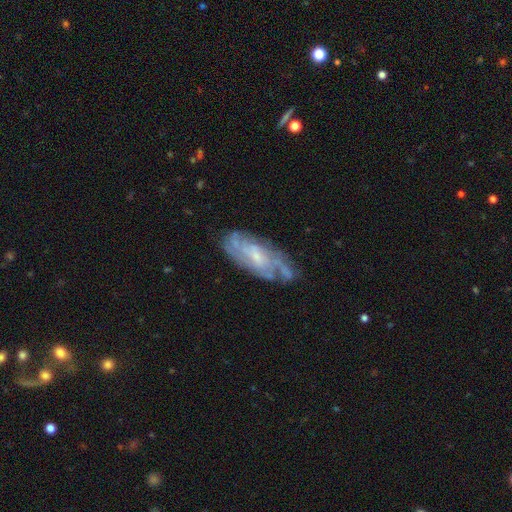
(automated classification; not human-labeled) The model was most divided on "spiral winding": tight: 54%, medium: 34%, loose: 12%. More confident: edge-on disk — no (90%); spiral arms — yes (85%); smooth or featured — featured or disk (76%); merging — none (69%); bulge size — small (62%); bar — no (58%); spiral arm count — can't tell (51%).